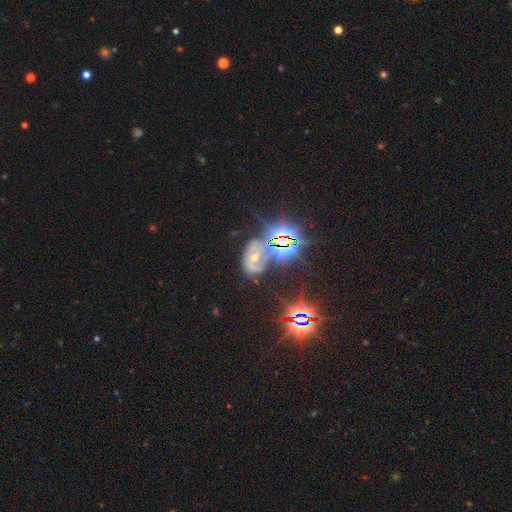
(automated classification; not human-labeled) Smooth or featured: star or artifact — 48% (featured or disk — 37%)